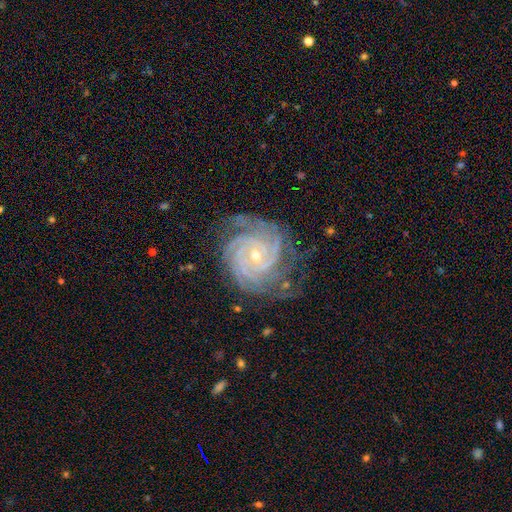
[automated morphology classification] This is clearly a featured or disk galaxy (91%). It is clearly not viewed edge-on (98%). Bar: likely no (69%). Spiral arm pattern: clearly yes (99%). Spiral arm count: marginally 4 (32%). Spiral winding: clearly tight (81%). Central bulge: likely small (66%). Merging: likely none (73%).